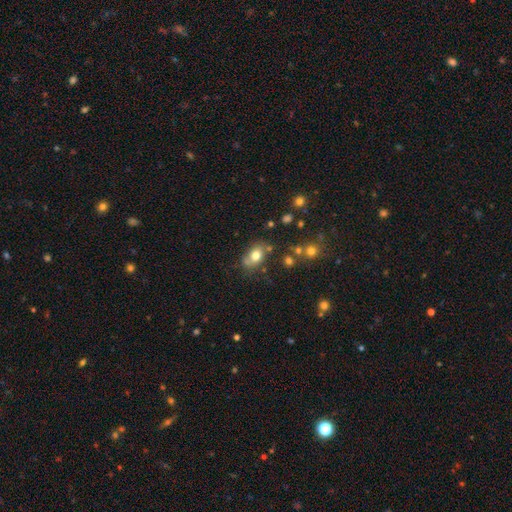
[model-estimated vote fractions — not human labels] Overall: smooth (75%). How rounded: in between (78%). Merging: none (65%).